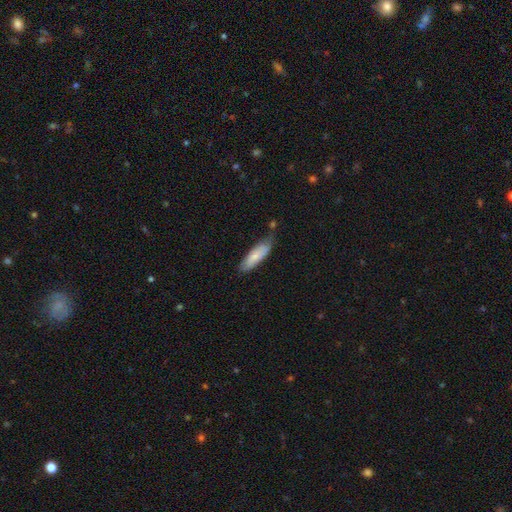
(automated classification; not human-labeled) Q: Smooth or featured?
A: smooth (73%); runner-up: featured or disk (22%)
Q: How rounded?
A: in between (50%); runner-up: cigar-shaped (48%)
Q: Merging?
A: none (61%); runner-up: minor disturbance (29%)